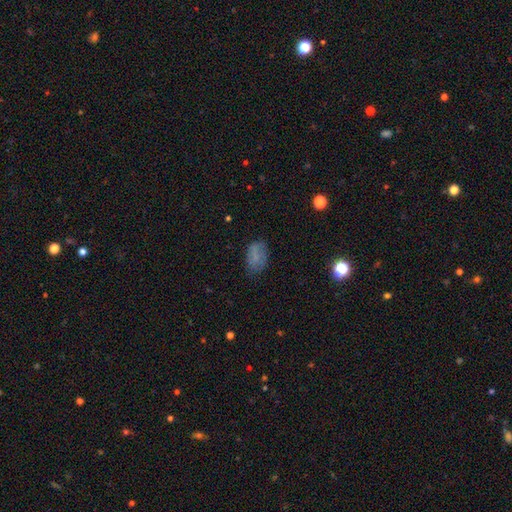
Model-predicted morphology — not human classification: Smooth or featured? Predicted: smooth (p=0.69). How rounded? Predicted: in between (p=0.88). Merging? Predicted: none (p=0.65).